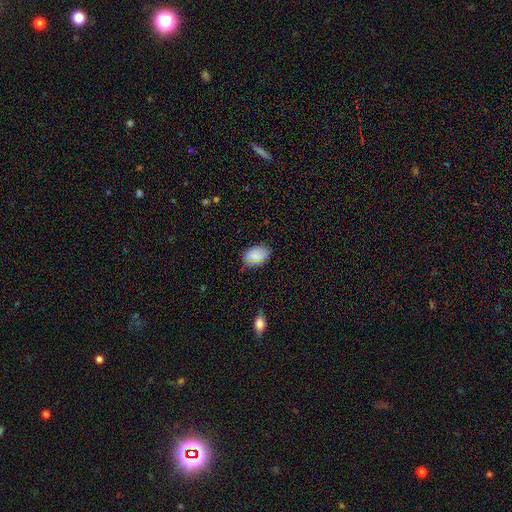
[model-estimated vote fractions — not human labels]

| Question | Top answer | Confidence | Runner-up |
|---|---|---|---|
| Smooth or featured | smooth | 86% | star or artifact (7%) |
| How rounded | in between | 88% | round (11%) |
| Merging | none | 73% | minor disturbance (22%) |